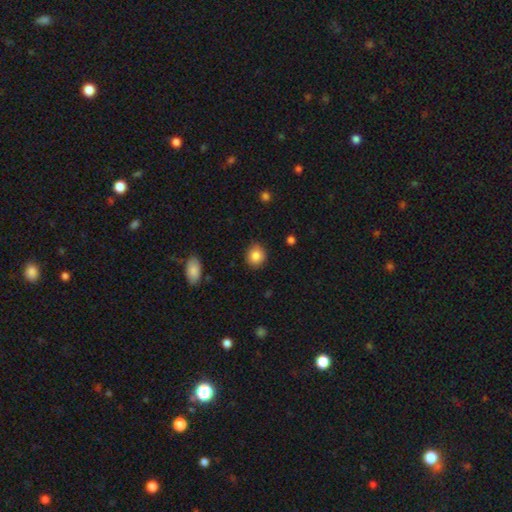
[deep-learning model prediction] Q: Smooth or featured?
A: smooth (86%); runner-up: star or artifact (9%)
Q: How rounded?
A: round (77%); runner-up: in between (22%)
Q: Merging?
A: none (88%); runner-up: minor disturbance (8%)